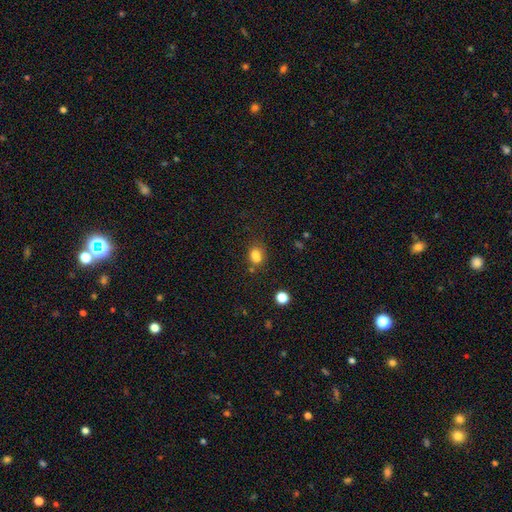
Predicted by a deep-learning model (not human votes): Smooth or featured? Predicted: smooth (p=0.76). How rounded? Predicted: in between (p=0.57). Merging? Predicted: none (p=0.50).